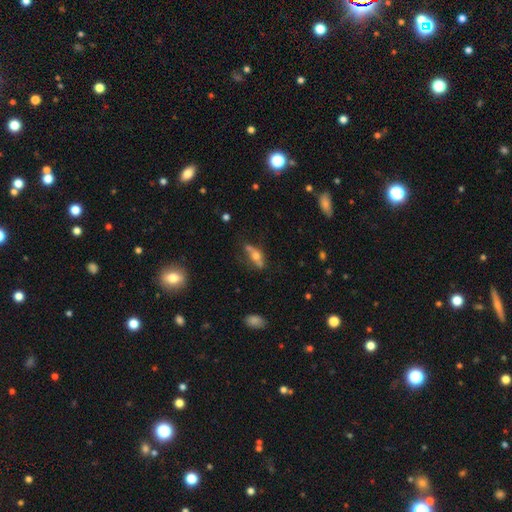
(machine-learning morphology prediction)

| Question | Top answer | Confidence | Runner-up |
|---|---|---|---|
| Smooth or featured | featured or disk | 51% | smooth (38%) |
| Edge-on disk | yes | 67% | no (33%) |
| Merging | none | 53% | minor disturbance (22%) |